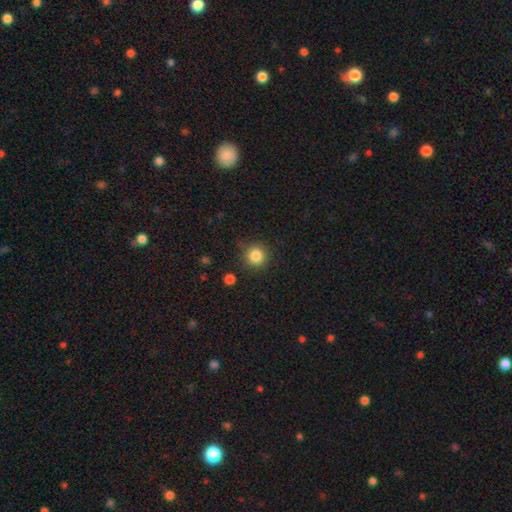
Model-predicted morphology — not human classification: A smooth galaxy with no disk features (84%) that is round (93%).

Vote fractions:
- Smooth or featured? smooth: 84% / star or artifact: 11% / featured or disk: 5%
- How rounded? round: 93% / in between: 6% / cigar-shaped: 1%
- Merging? none: 84% / minor disturbance: 11% / major disturbance: 3% / merger: 2%